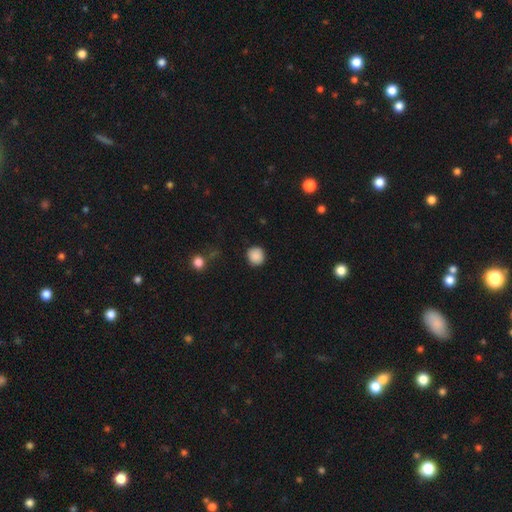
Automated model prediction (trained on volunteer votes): Smooth or featured? smooth (88%)
How rounded? round (90%)
Merging? none (89%)